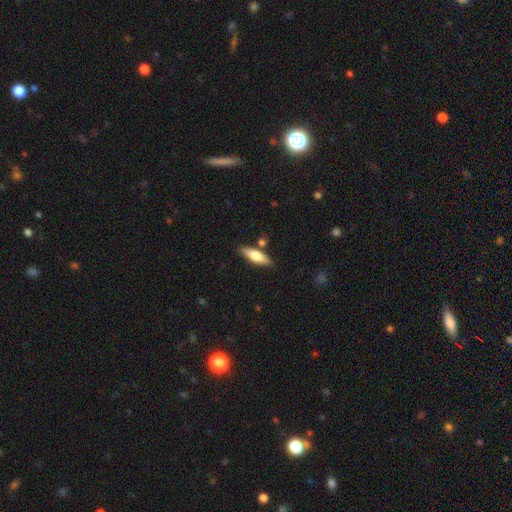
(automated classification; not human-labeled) A smooth galaxy with no disk features (64%) that is cigar-shaped (55%). Merging: none (80%).